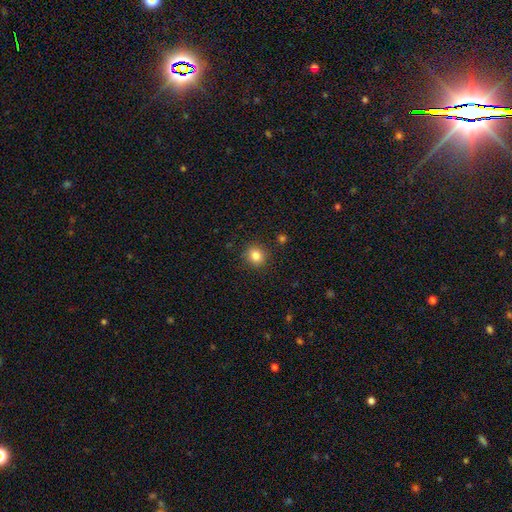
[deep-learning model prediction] Smooth or featured? Predicted: smooth (p=0.83). How rounded? Predicted: round (p=0.86). Merging? Predicted: none (p=0.89).